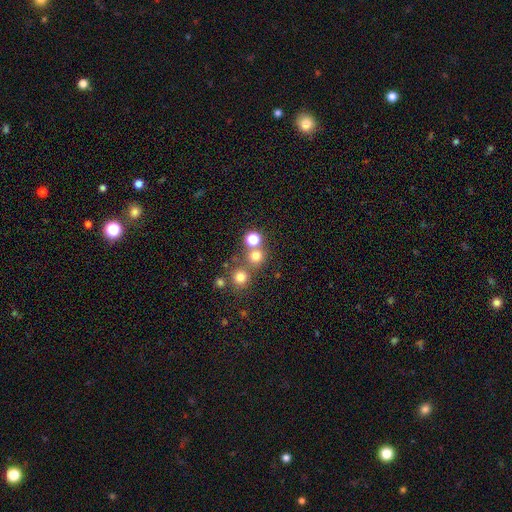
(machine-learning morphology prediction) Smooth or featured? smooth (71%)
How rounded? round (89%)
Merging? none (64%)